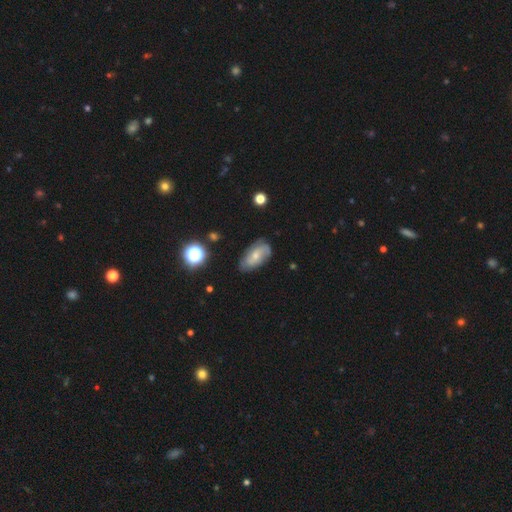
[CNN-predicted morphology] This appears to be a featured or disk galaxy (49%). Merging: none (66%).